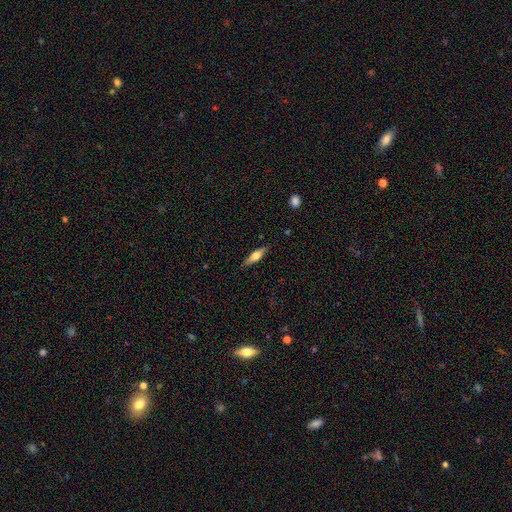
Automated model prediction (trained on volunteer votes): Smooth or featured?
  - smooth: 53% *
  - featured or disk: 41%
  - star or artifact: 6%
How rounded?
  - cigar-shaped: 62% *
  - in between: 35%
  - round: 2%
Merging?
  - none: 86% *
  - minor disturbance: 11%
  - major disturbance: 2%
  - merger: 1%